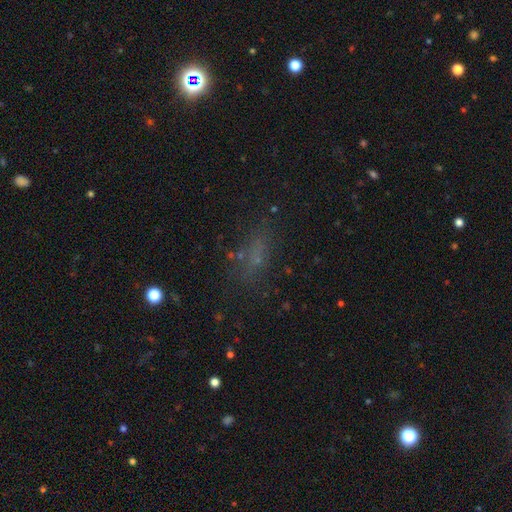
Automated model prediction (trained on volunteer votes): Smooth or featured: smooth — 48% (star or artifact — 33%)
Merging: none — 56% (major disturbance — 20%)